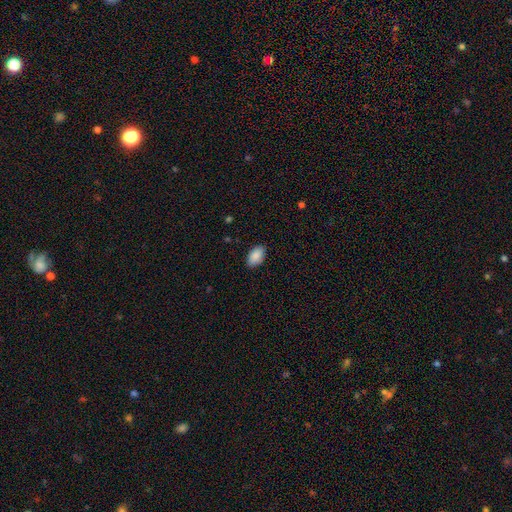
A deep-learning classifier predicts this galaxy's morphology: smooth-or-featured: smooth: 90% | star or artifact: 6% | featured or disk: 4%
  how-rounded: in between: 94% | round: 5% | cigar-shaped: 1%
  merging: none: 87% | minor disturbance: 10% | major disturbance: 2% | merger: 1%